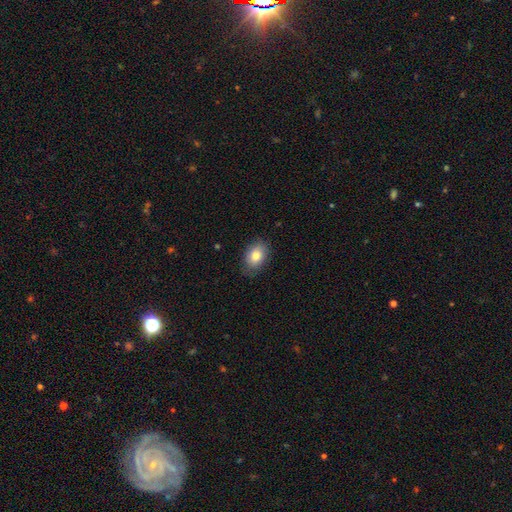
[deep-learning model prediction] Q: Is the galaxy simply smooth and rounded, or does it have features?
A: smooth — 83%.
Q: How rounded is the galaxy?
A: in between — 81%.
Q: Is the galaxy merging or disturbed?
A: none — 79%.